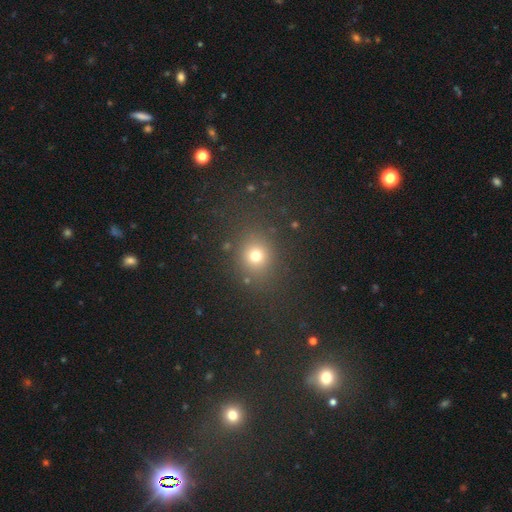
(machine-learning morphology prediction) A smooth galaxy with no disk features (72%) that is round (73%). Merging: none (80%).